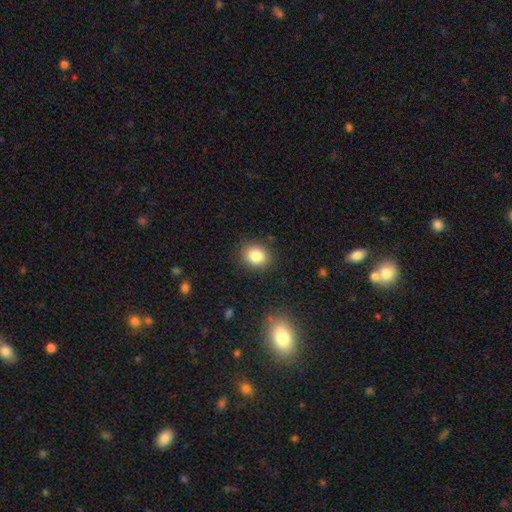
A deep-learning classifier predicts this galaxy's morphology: smooth 84%, star or artifact 10%, featured or disk 6%. Down the decision tree: how rounded — round (66%); merging — none (87%).